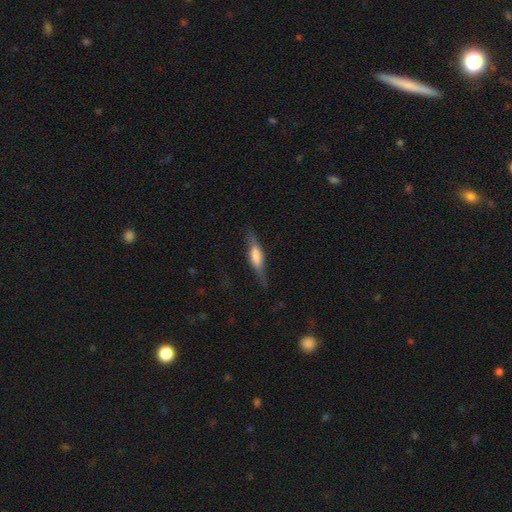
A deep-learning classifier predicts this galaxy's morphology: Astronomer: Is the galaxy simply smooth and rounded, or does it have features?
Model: smooth — 48% (runner-up: featured or disk, 45%).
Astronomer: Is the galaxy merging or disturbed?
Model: none — 72%.